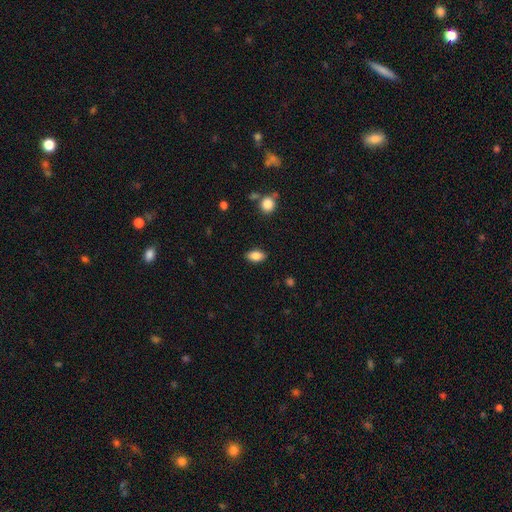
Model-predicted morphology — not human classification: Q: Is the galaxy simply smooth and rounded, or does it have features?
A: smooth — 86%.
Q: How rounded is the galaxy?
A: in between — 90%.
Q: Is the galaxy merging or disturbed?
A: none — 87%.